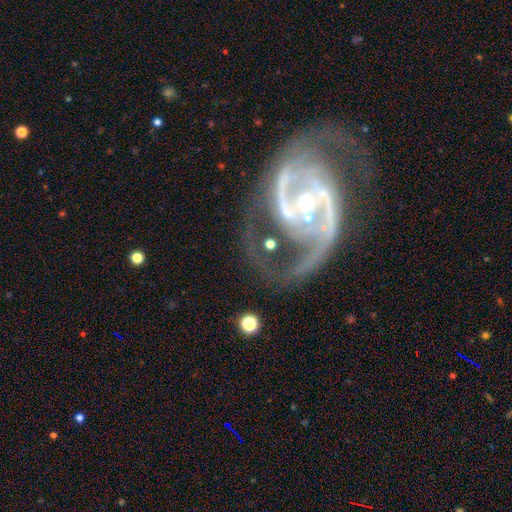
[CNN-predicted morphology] Smooth or featured? featured or disk (92%)
Edge-on disk? no (98%)
Bar? weak (36%)
Spiral arms? yes (97%)
Spiral winding? medium (55%)
Spiral arm count? 2 (85%)
Bulge size? moderate (48%)
Merging? none (53%)